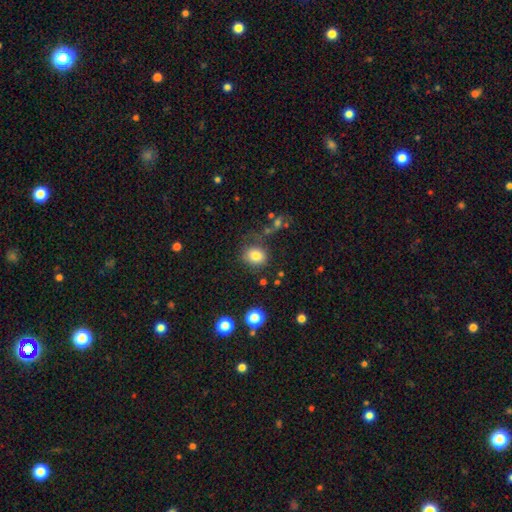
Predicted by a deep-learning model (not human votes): smooth 81%, star or artifact 11%, featured or disk 8%. Down the decision tree: how rounded — round (69%); merging — none (72%).